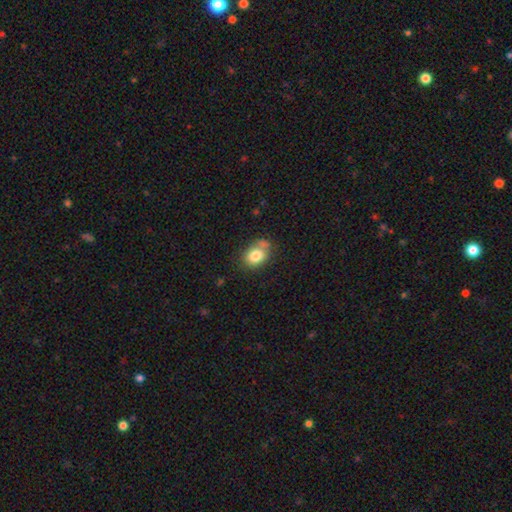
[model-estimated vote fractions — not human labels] smooth 80%, featured or disk 11%, star or artifact 9%. Down the decision tree: how rounded — in between (62%); merging — none (58%).